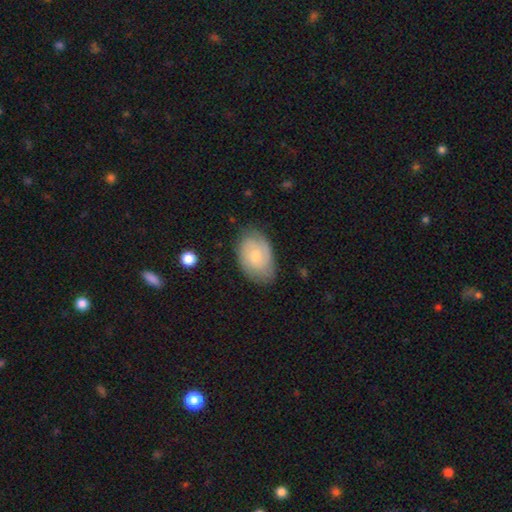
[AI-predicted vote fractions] Smooth or featured? Predicted: smooth (p=0.47). Merging? Predicted: none (p=0.71).